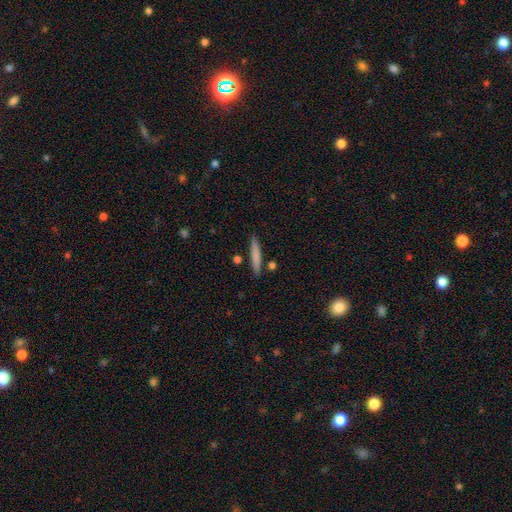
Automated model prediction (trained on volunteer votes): A smooth galaxy with no disk features (76%) that is cigar-shaped (93%). Merging: none (85%).